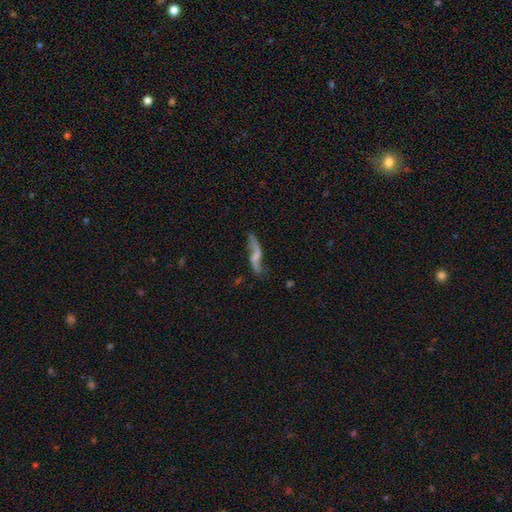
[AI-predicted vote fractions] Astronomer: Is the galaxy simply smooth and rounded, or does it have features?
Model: featured or disk — 71%.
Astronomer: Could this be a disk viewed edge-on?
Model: no — 84%.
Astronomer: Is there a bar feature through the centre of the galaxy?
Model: no — 45% (runner-up: weak, 38%).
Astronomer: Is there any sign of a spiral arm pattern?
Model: yes — 88%.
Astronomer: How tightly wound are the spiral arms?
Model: loose — 91%.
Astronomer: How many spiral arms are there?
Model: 2 — 90%.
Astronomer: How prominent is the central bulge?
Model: none — 54%.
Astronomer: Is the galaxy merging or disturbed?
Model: none — 61%.